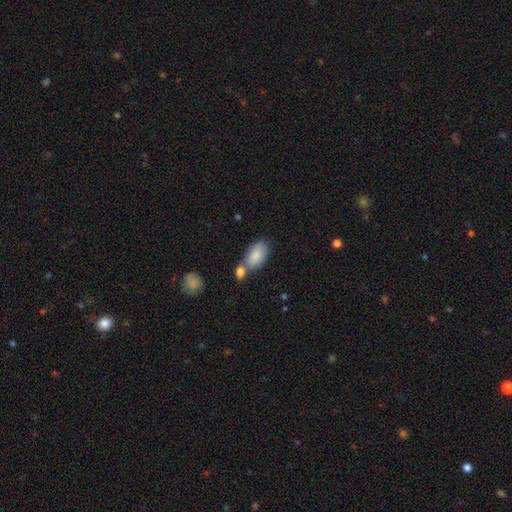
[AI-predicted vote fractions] smooth_or_featured: smooth (p=0.85) [alt: featured or disk p=0.09]
how_rounded: in between (p=0.94) [alt: round p=0.04]
merging: none (p=0.44) [alt: merger p=0.39]